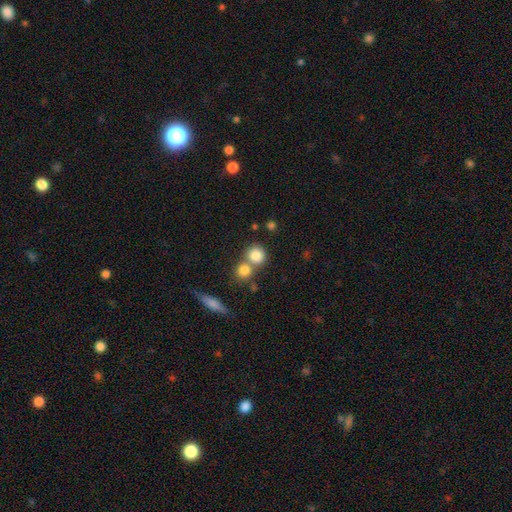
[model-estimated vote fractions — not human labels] This is clearly a smooth galaxy (83%). How rounded: clearly round (86%). Merging: possibly none (50%).